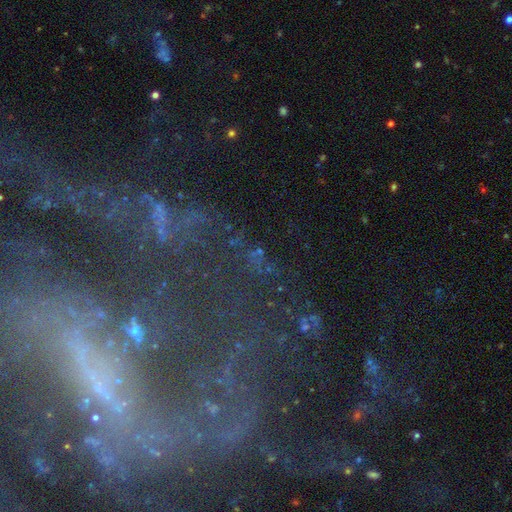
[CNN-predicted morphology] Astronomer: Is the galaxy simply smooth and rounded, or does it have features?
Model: star or artifact — 66%.